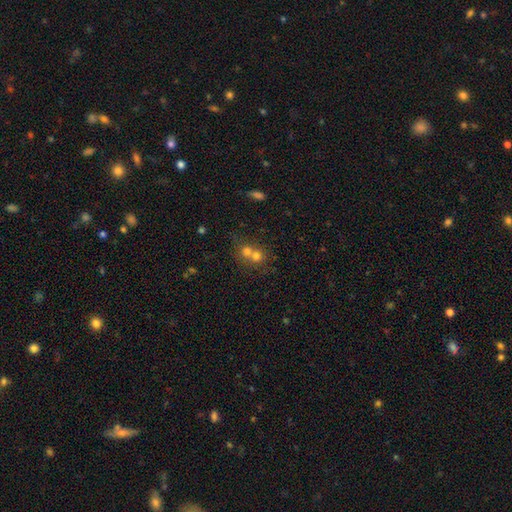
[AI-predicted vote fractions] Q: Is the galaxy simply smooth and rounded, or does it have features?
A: smooth — 69%.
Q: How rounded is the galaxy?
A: round — 81%.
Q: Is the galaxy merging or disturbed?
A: merger — 63%.